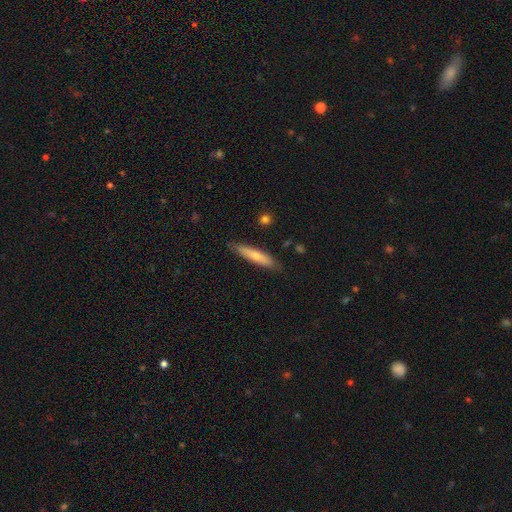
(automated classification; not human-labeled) A smooth galaxy with no disk features (66%) that is cigar-shaped (88%).

Vote fractions:
- Smooth or featured? smooth: 66% / featured or disk: 29% / star or artifact: 6%
- How rounded? cigar-shaped: 88% / in between: 11% / round: 1%
- Merging? none: 85% / minor disturbance: 11% / major disturbance: 2% / merger: 1%